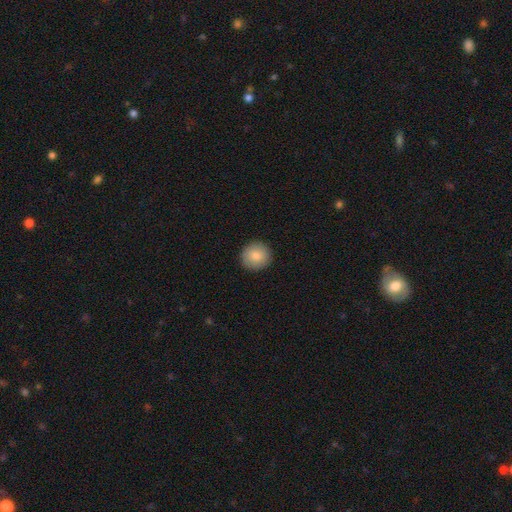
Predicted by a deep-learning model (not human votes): smooth_or_featured: smooth (p=0.84) [alt: featured or disk p=0.08]
how_rounded: round (p=0.94) [alt: in between p=0.05]
merging: none (p=0.92) [alt: minor disturbance p=0.05]